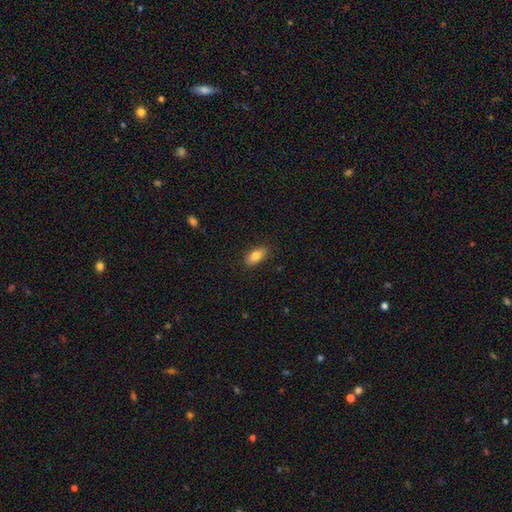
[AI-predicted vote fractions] A smooth galaxy with no disk features (81%) that is in between round and cigar-shaped (88%). Merging: none (87%).